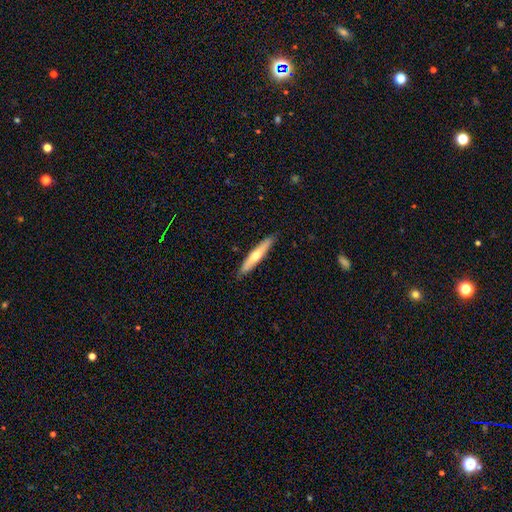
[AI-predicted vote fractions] A smooth galaxy with no disk features (50%) that is cigar-shaped (90%).

Vote fractions:
- Smooth or featured? smooth: 50% / featured or disk: 45% / star or artifact: 5%
- How rounded? cigar-shaped: 90% / in between: 9% / round: 1%
- Merging? none: 89% / minor disturbance: 8% / major disturbance: 2% / merger: 1%